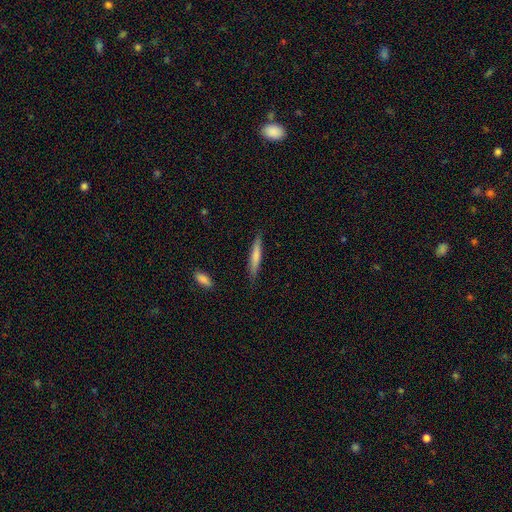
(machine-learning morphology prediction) A smooth galaxy with no disk features (69%) that is cigar-shaped (92%).

Vote fractions:
- Smooth or featured? smooth: 69% / featured or disk: 26% / star or artifact: 5%
- How rounded? cigar-shaped: 92% / in between: 6% / round: 1%
- Merging? none: 83% / minor disturbance: 13% / major disturbance: 2% / merger: 2%